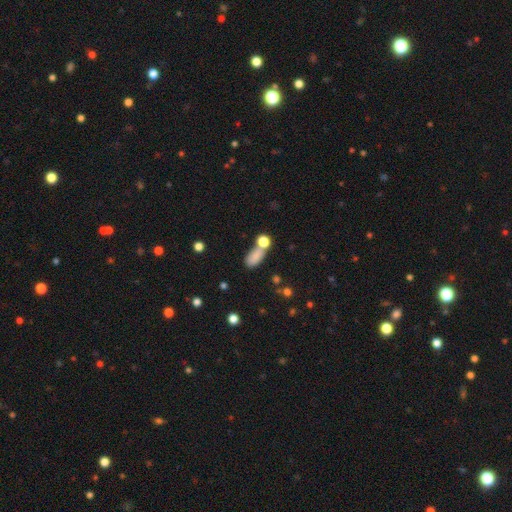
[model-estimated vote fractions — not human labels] Smooth or featured: smooth — 79% (star or artifact — 12%)
How rounded: in between — 83% (round — 10%)
Merging: none — 46% (merger — 30%)